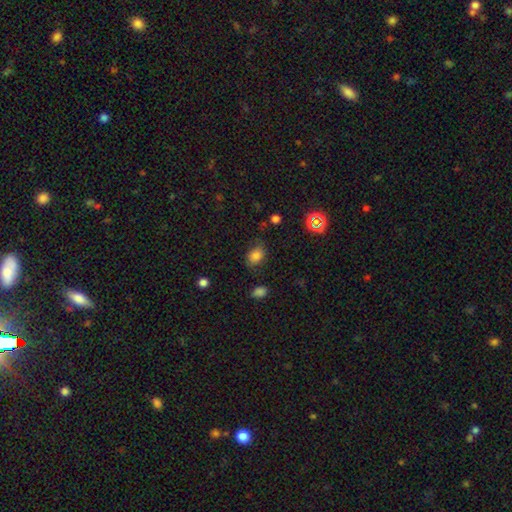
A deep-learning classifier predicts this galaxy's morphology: Smooth or featured? Predicted: smooth (p=0.78). How rounded? Predicted: in between (p=0.73). Merging? Predicted: none (p=0.67).